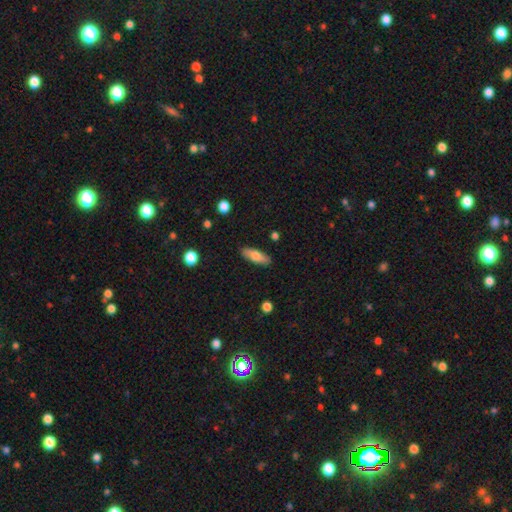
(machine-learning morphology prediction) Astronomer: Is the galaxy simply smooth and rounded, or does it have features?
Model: smooth — 73%.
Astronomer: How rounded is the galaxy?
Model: in between — 61%.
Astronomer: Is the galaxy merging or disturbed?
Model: none — 88%.